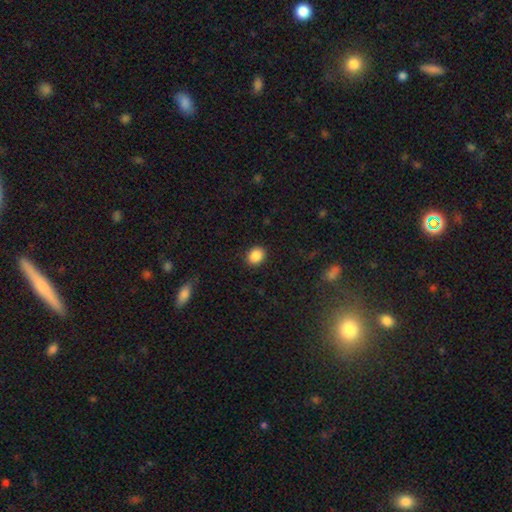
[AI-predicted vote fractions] smooth-or-featured: smooth: 88% | star or artifact: 9% | featured or disk: 3%
  how-rounded: round: 56% | in between: 43% | cigar-shaped: 1%
  merging: none: 89% | minor disturbance: 8% | major disturbance: 2% | merger: 1%